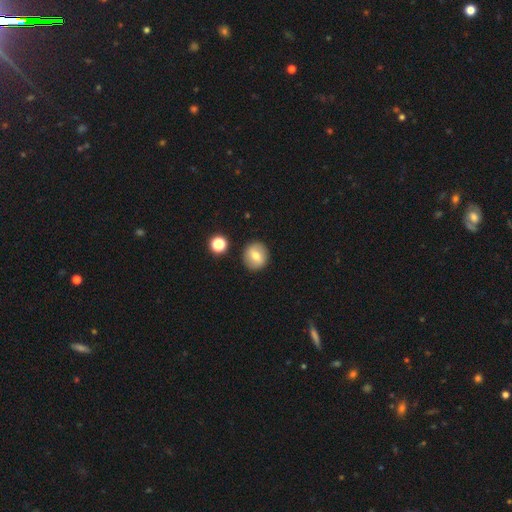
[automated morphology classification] type=smooth (67%); roundness=round (89%); merging=none (88%).